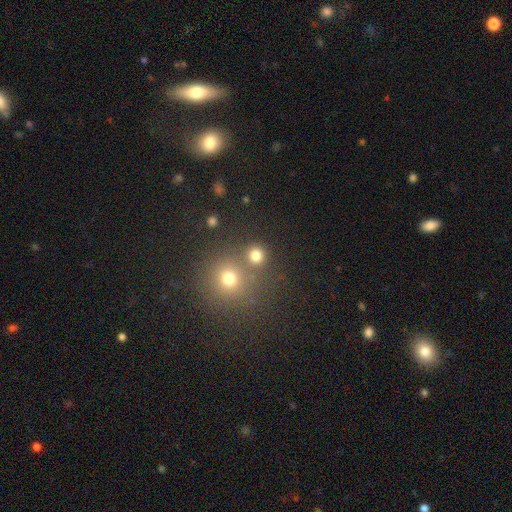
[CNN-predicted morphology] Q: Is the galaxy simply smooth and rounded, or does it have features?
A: smooth — 78%.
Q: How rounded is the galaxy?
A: round — 91%.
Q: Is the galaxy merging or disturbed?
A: none — 73%.